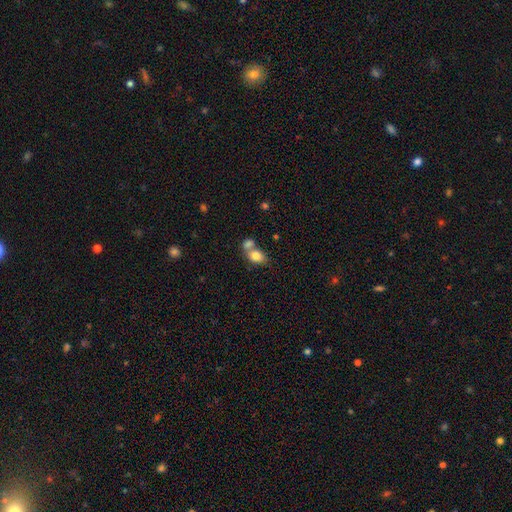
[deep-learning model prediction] Smooth or featured? smooth (80%)
How rounded? in between (75%)
Merging? merger (53%)